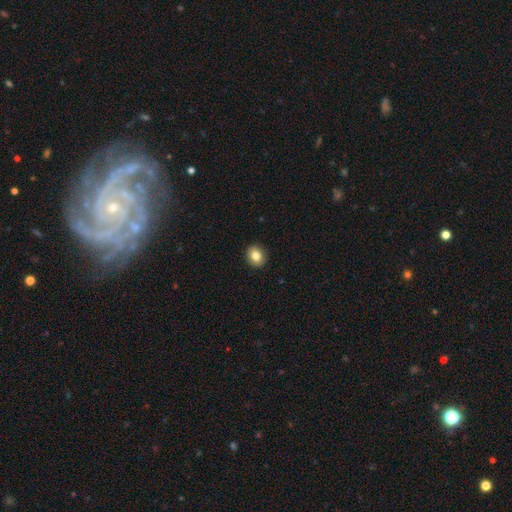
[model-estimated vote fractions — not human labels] Smooth or featured? Predicted: smooth (p=0.83). How rounded? Predicted: round (p=0.71). Merging? Predicted: none (p=0.92).